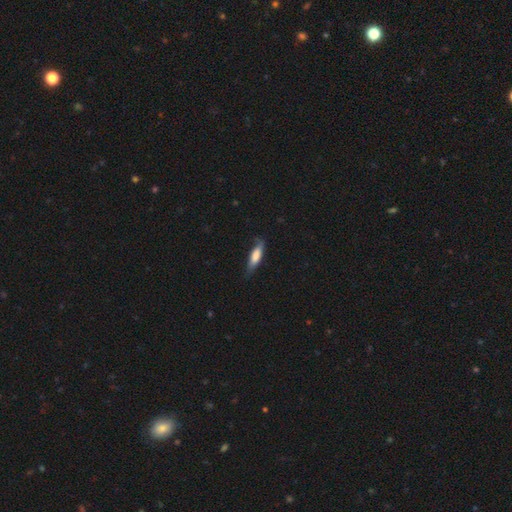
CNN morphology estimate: Smooth or featured? smooth (76%)
How rounded? cigar-shaped (54%)
Merging? none (68%)